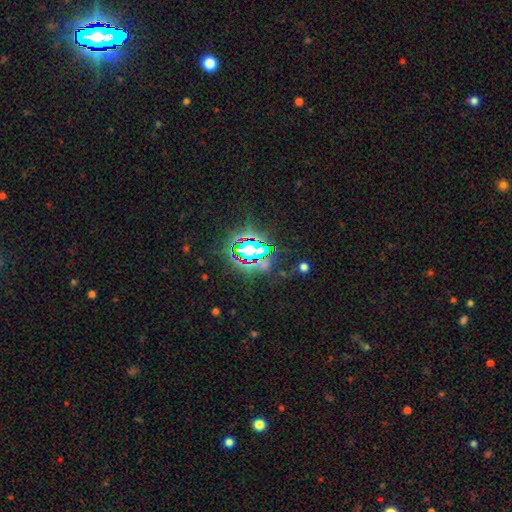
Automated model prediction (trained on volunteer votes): Smooth or featured? star or artifact (72%)